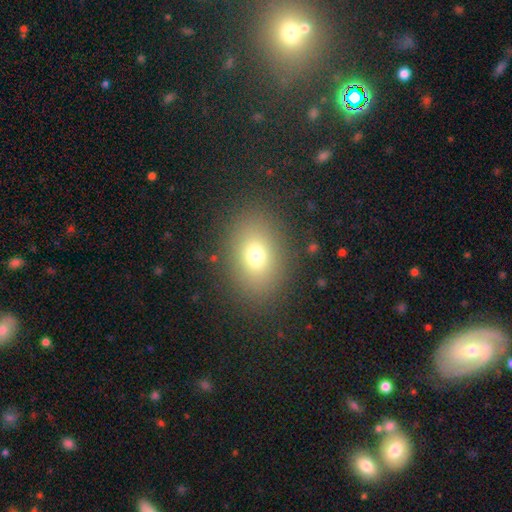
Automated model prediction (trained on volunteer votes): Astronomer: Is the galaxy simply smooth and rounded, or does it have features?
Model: smooth — 73%.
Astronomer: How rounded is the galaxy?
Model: in between — 70%.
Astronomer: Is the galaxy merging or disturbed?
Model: none — 86%.